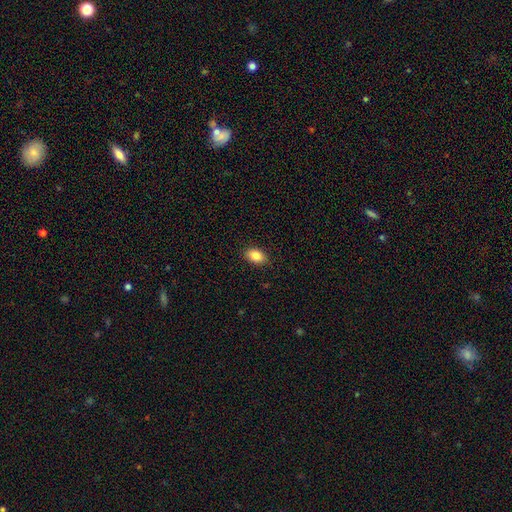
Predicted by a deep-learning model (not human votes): Smooth or featured? smooth (86%)
How rounded? in between (87%)
Merging? none (87%)